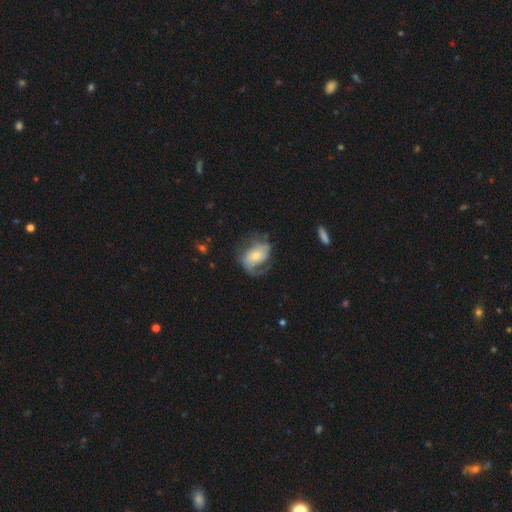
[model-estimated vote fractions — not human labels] Smooth or featured: featured or disk — 61% (smooth — 33%)
Edge-on disk: no — 96% (yes — 4%)
Bar: no — 58% (weak — 29%)
Spiral arms: yes — 78% (no — 22%)
Bulge size: small — 49% (moderate — 41%)
Merging: none — 46% (major disturbance — 29%)